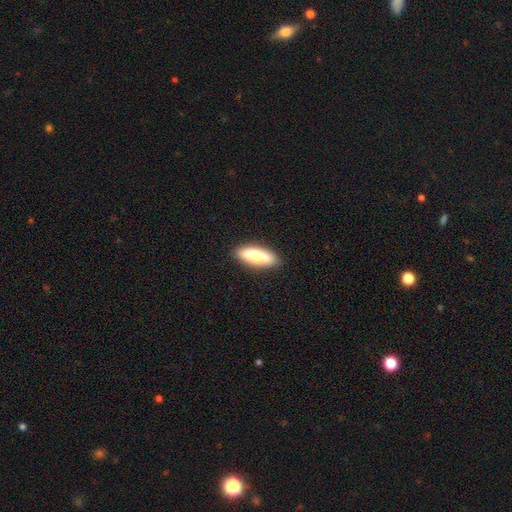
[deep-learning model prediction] Smooth or featured?
  - smooth: 78% *
  - featured or disk: 16%
  - star or artifact: 6%
How rounded?
  - in between: 51% *
  - cigar-shaped: 47%
  - round: 2%
Merging?
  - none: 87% *
  - minor disturbance: 10%
  - major disturbance: 2%
  - merger: 1%